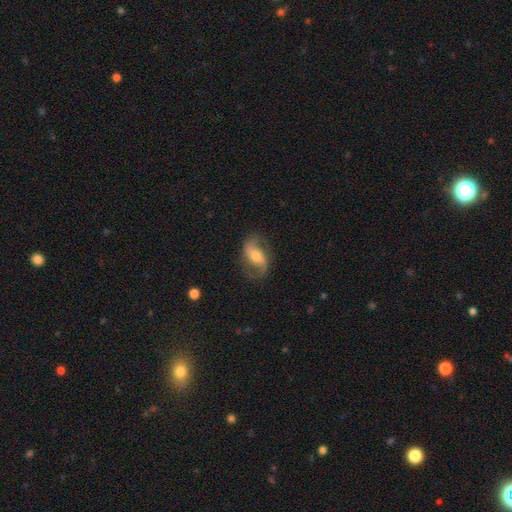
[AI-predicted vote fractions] The model was most divided on "bar": weak: 39%, no: 32%, strong: 29%. More confident: edge-on disk — no (95%); spiral arms — yes (92%); spiral arm count — 2 (90%); smooth or featured — featured or disk (76%); merging — none (76%); bulge size — moderate (60%); spiral winding — loose (54%).